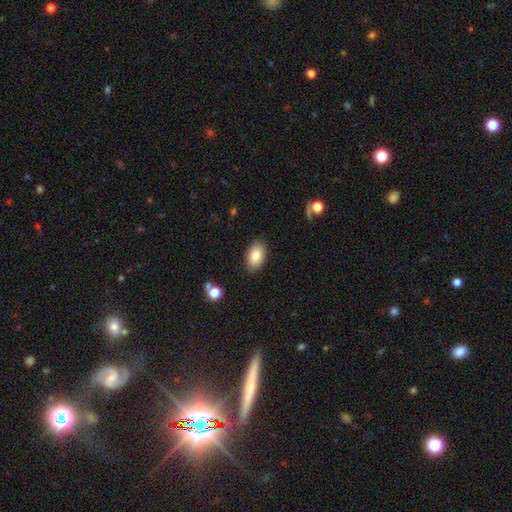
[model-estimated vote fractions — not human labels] smooth-or-featured: smooth: 82% | featured or disk: 11% | star or artifact: 8%
  how-rounded: in between: 91% | round: 7% | cigar-shaped: 1%
  merging: none: 88% | minor disturbance: 9% | major disturbance: 2% | merger: 1%